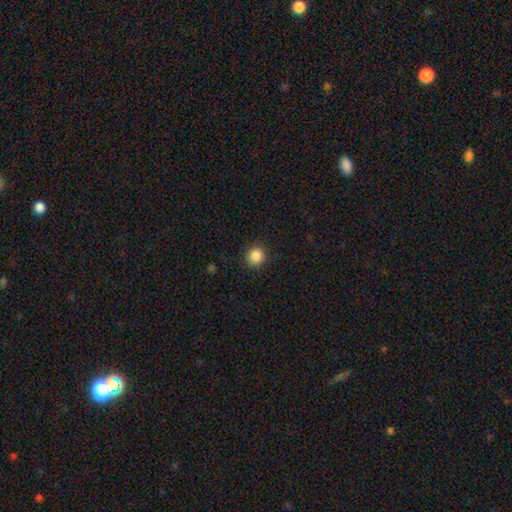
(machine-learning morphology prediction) A smooth galaxy with no disk features (87%) that is round (91%).

Vote fractions:
- Smooth or featured? smooth: 87% / star or artifact: 10% / featured or disk: 3%
- How rounded? round: 91% / in between: 8% / cigar-shaped: 1%
- Merging? none: 91% / minor disturbance: 6% / major disturbance: 2% / merger: 1%